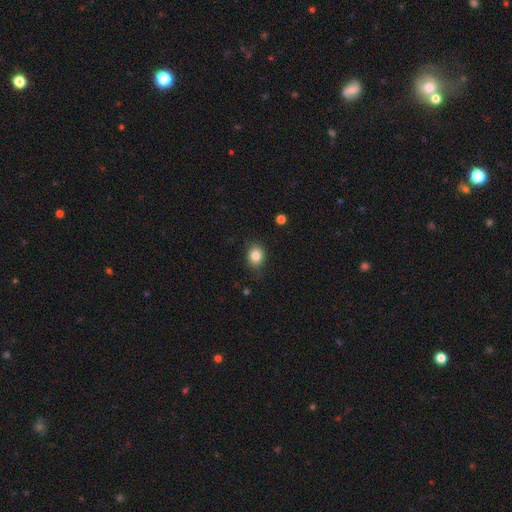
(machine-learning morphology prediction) smooth 83%, star or artifact 10%, featured or disk 7%. Down the decision tree: how rounded — round (60%); merging — none (81%).